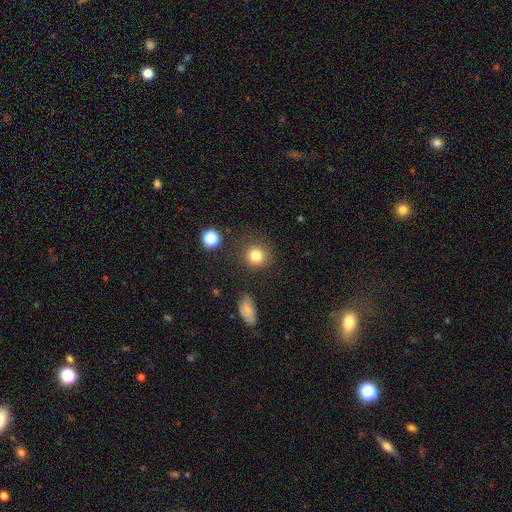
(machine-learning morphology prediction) smooth-or-featured: smooth: 82% | star or artifact: 12% | featured or disk: 7%
  how-rounded: round: 90% | in between: 9% | cigar-shaped: 1%
  merging: none: 85% | minor disturbance: 9% | major disturbance: 4% | merger: 3%